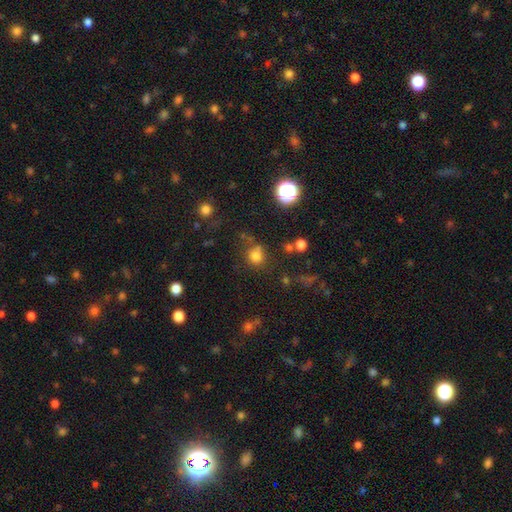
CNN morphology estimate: Smooth or featured?
  - smooth: 74% *
  - star or artifact: 19%
  - featured or disk: 7%
How rounded?
  - round: 78% *
  - in between: 21%
  - cigar-shaped: 1%
Merging?
  - none: 67% *
  - minor disturbance: 16%
  - merger: 9%
  - major disturbance: 7%